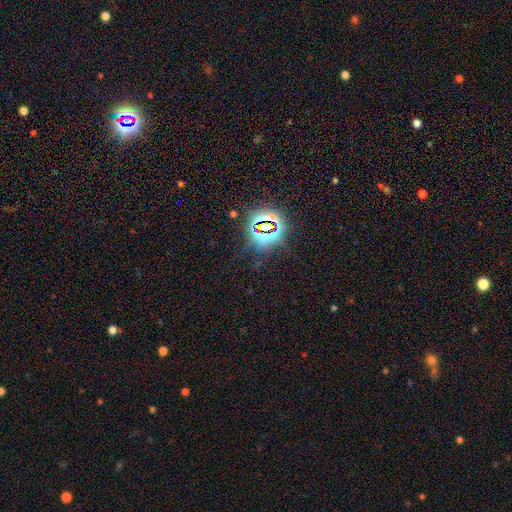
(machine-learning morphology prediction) smooth_or_featured: star or artifact (p=0.83) [alt: smooth p=0.10]